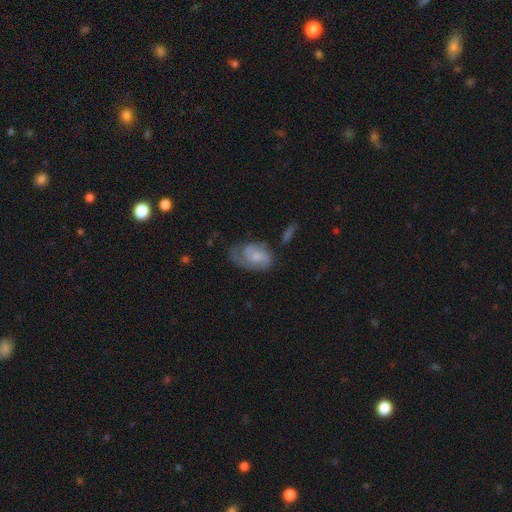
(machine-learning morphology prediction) Smooth or featured? Predicted: featured or disk (p=0.59). Edge-on disk? Predicted: no (p=0.96). Bar? Predicted: no (p=0.64). Spiral arms? Predicted: yes (p=0.85). Bulge size? Predicted: small (p=0.39). Merging? Predicted: none (p=0.48).